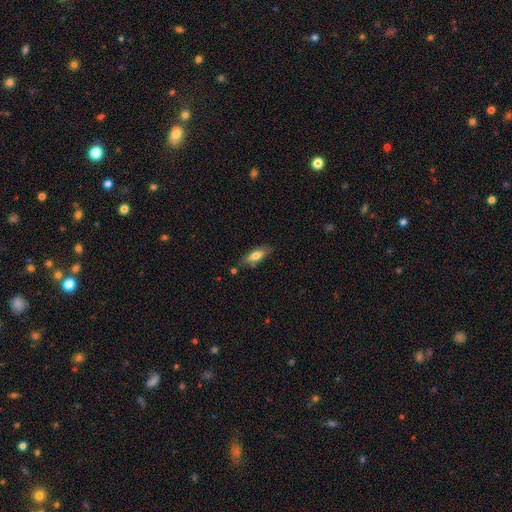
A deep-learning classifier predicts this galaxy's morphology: A smooth galaxy with no disk features (68%) that is in between round and cigar-shaped (64%).

Vote fractions:
- Smooth or featured? smooth: 68% / featured or disk: 25% / star or artifact: 7%
- How rounded? in between: 64% / cigar-shaped: 33% / round: 3%
- Merging? none: 73% / minor disturbance: 17% / merger: 6% / major disturbance: 4%